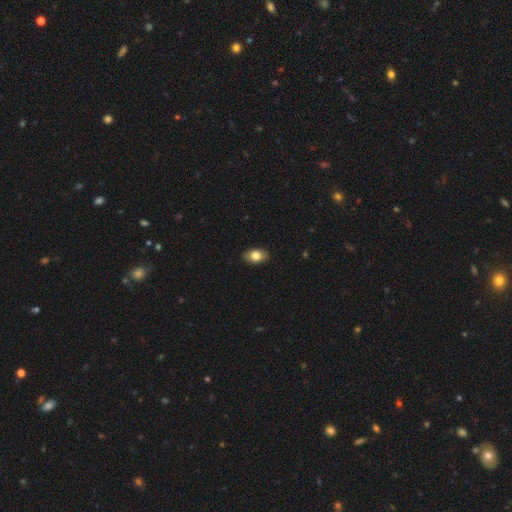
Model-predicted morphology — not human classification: Q: Smooth or featured?
A: smooth (81%); runner-up: featured or disk (12%)
Q: How rounded?
A: in between (90%); runner-up: round (8%)
Q: Merging?
A: none (89%); runner-up: minor disturbance (9%)